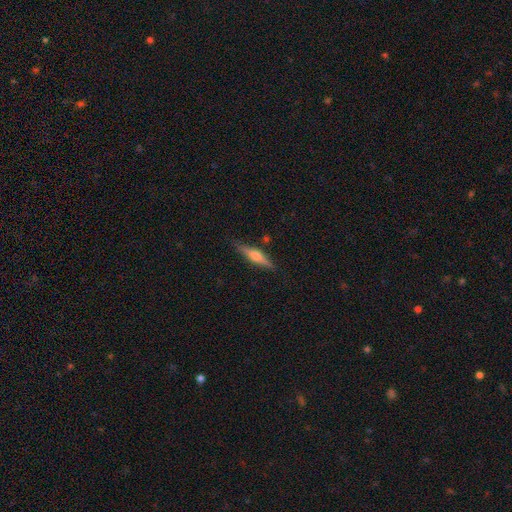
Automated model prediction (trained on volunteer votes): A featured or disk galaxy (59%) viewed edge-on (96%) with a rounded central bulge (90%). Merging: none (86%).